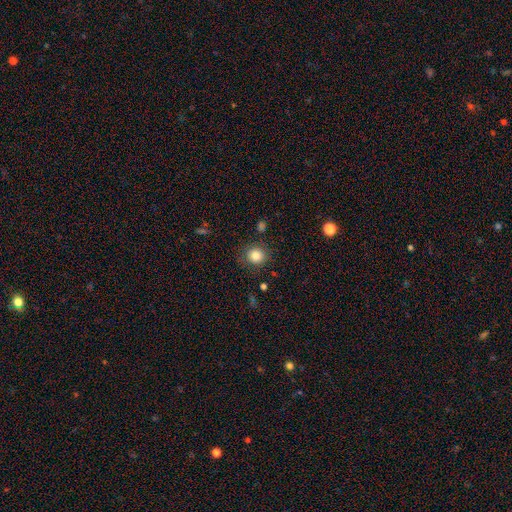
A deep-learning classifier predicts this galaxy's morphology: Smooth or featured? Predicted: smooth (p=0.82). How rounded? Predicted: round (p=0.87). Merging? Predicted: none (p=0.86).